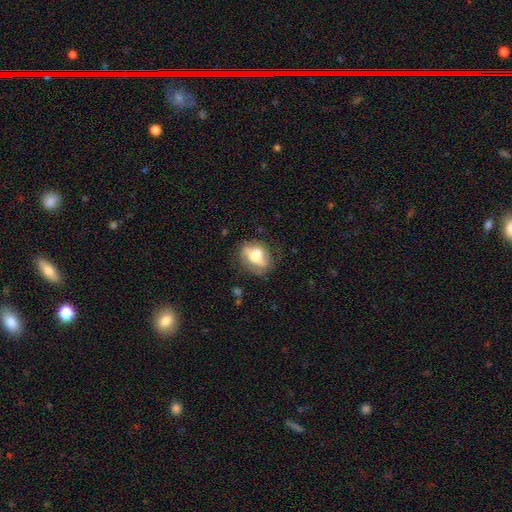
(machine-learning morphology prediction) smooth 51%, featured or disk 40%, star or artifact 9%. Down the decision tree: how rounded — in between (62%); merging — none (51%).